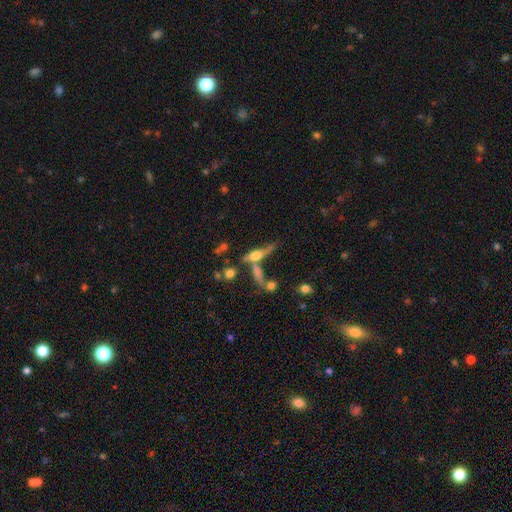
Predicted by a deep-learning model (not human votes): smooth-or-featured: featured or disk: 49% | smooth: 39% | star or artifact: 12%
  merging: none: 36% | merger: 32% | minor disturbance: 16% | major disturbance: 15%